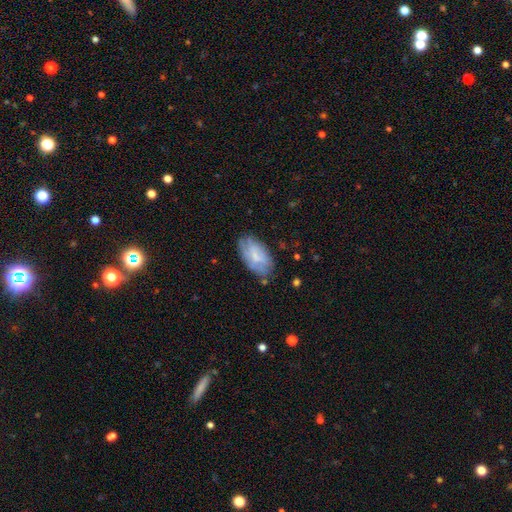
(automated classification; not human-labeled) smooth_or_featured: smooth (p=0.56) [alt: featured or disk p=0.36]
how_rounded: in between (p=0.93) [alt: round p=0.04]
merging: none (p=0.63) [alt: minor disturbance p=0.27]